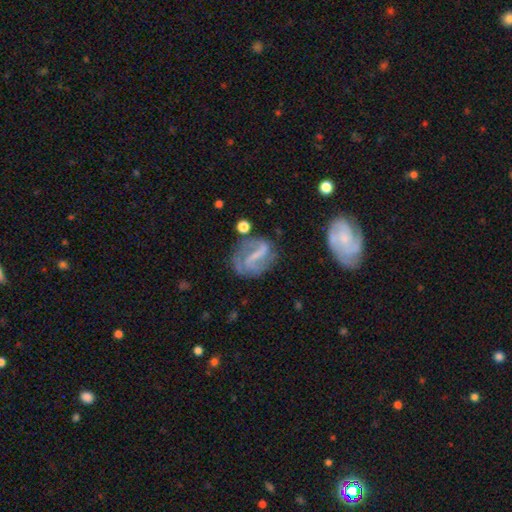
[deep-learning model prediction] smooth-or-featured: featured or disk: 78% | smooth: 14% | star or artifact: 8%
  disk-edge-on: no: 96% | yes: 4%
    bar: strong: 49% | weak: 35% | no: 16%
    has-spiral-arms: yes: 88% | no: 12%
      spiral-winding: loose: 41% | medium: 39% | tight: 21%
      spiral-arm-count: 2: 76% | can't tell: 11% | 1: 7% | 3: 3% | 4: 2% | more than 4: 2%
    bulge-size: none: 46% | small: 40% | moderate: 11% | large: 2% | dominant: 1%
  merging: none: 57% | minor disturbance: 22% | major disturbance: 15% | merger: 6%